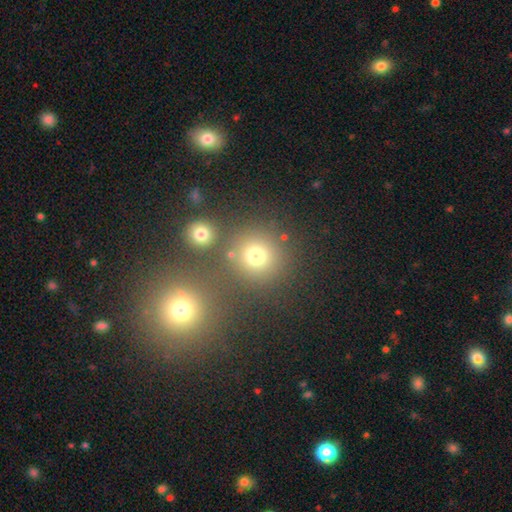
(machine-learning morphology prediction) Q: Smooth or featured?
A: smooth (72%); runner-up: star or artifact (20%)
Q: How rounded?
A: round (90%); runner-up: in between (9%)
Q: Merging?
A: none (74%); runner-up: merger (13%)